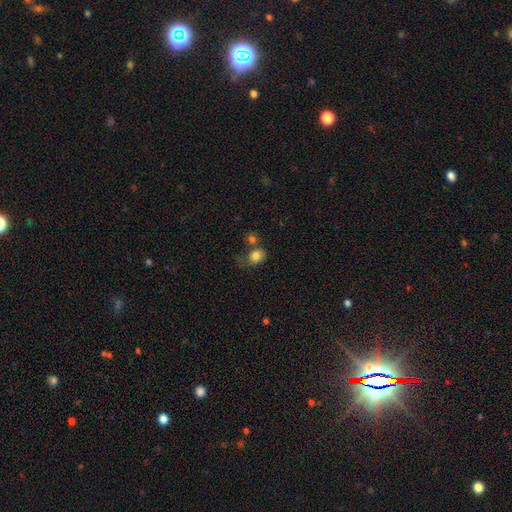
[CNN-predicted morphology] Smooth or featured? smooth (80%)
How rounded? round (60%)
Merging? none (38%)